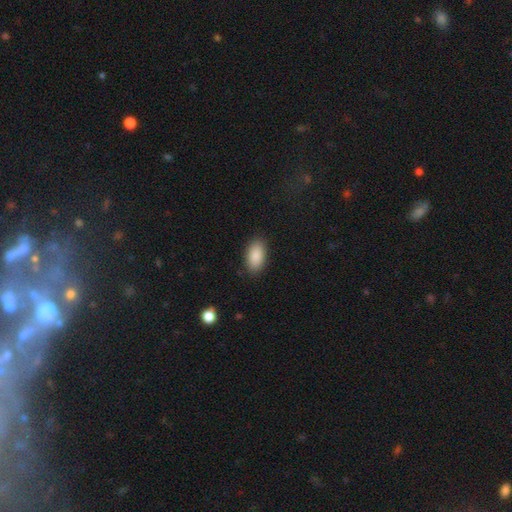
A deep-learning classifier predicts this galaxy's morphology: This is clearly a smooth galaxy (89%). How rounded: clearly in between (94%). Merging: clearly none (87%).